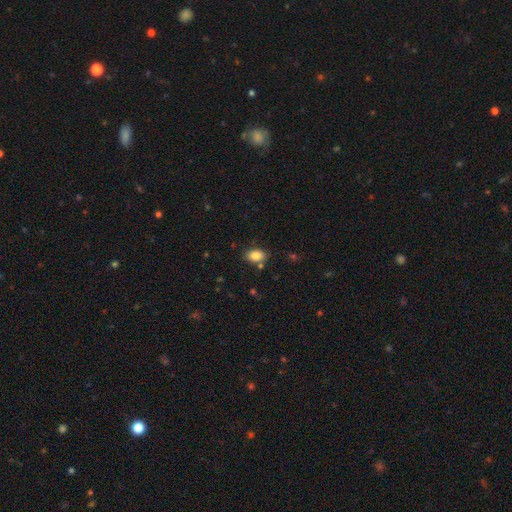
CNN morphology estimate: Smooth or featured? smooth (85%)
How rounded? in between (82%)
Merging? none (79%)